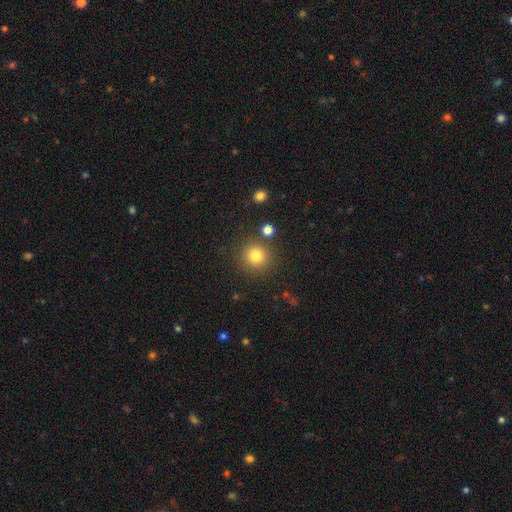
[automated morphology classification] Smooth or featured: smooth — 81% (star or artifact — 13%)
How rounded: round — 92% (in between — 7%)
Merging: none — 84% (minor disturbance — 8%)